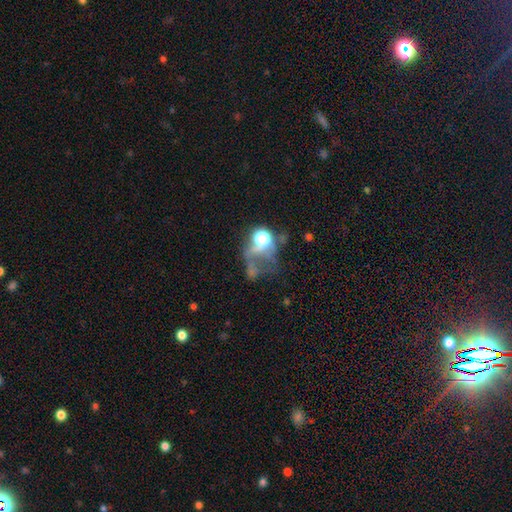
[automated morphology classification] smooth_or_featured: star or artifact (p=0.39) [alt: smooth p=0.32]